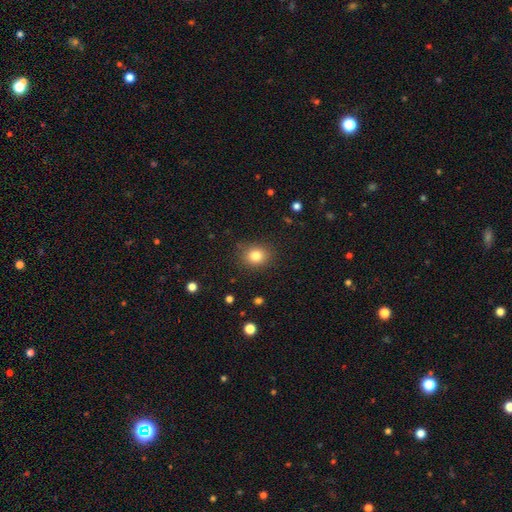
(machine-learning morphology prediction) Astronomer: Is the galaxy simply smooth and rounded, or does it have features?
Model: smooth — 82%.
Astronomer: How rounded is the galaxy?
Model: round — 67%.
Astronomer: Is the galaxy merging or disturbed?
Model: none — 86%.